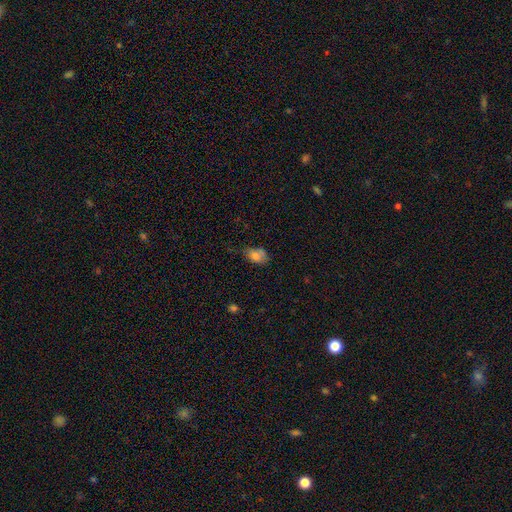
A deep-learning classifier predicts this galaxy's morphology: smooth_or_featured: smooth (p=0.76) [alt: featured or disk p=0.13]
how_rounded: in between (p=0.83) [alt: round p=0.15]
merging: none (p=0.46) [alt: minor disturbance p=0.32]